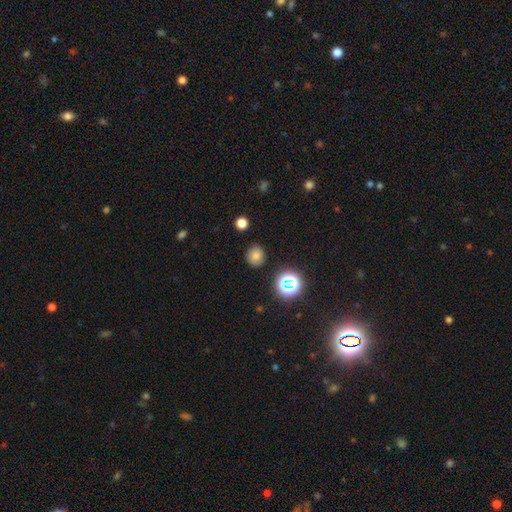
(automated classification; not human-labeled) This appears to be a smooth galaxy with no disk features (77%) that is round (77%). Merging: none (85%).